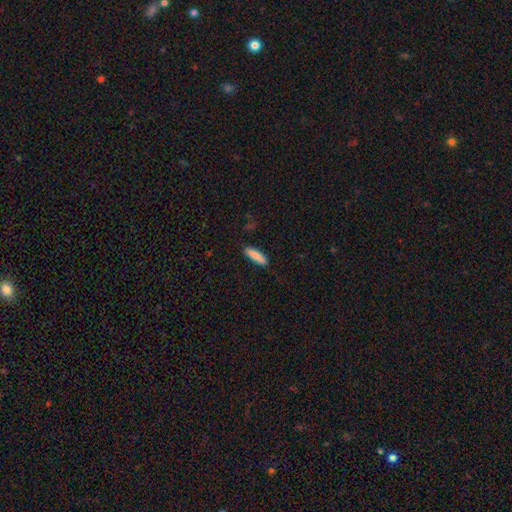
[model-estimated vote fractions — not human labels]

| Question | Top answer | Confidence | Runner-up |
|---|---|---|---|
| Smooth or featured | smooth | 85% | featured or disk (9%) |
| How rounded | cigar-shaped | 63% | in between (35%) |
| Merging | none | 86% | minor disturbance (11%) |